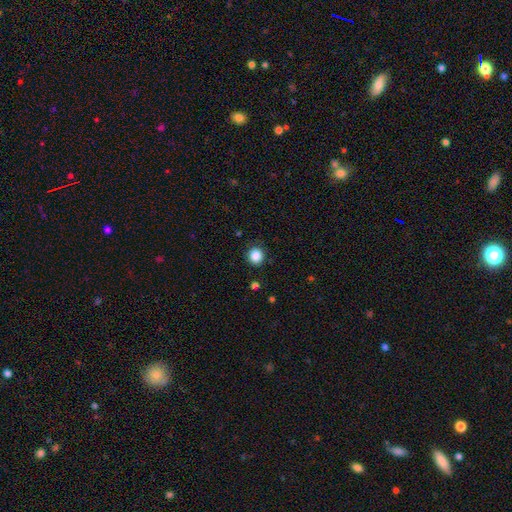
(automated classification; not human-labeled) This appears to be a smooth galaxy with no disk features (86%) that is round (92%). Merging: none (89%).